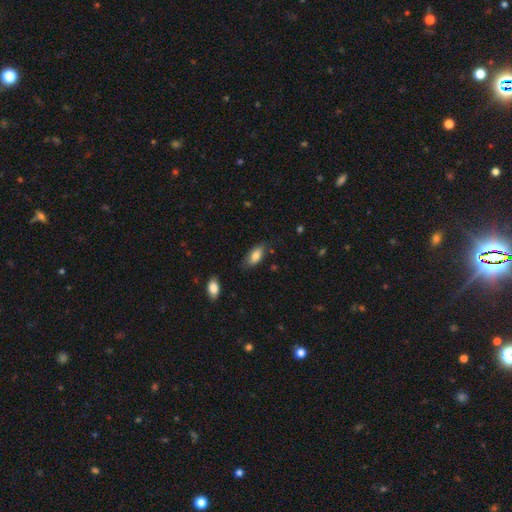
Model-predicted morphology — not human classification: Smooth or featured: smooth — 82% (featured or disk — 11%)
How rounded: in between — 90% (cigar-shaped — 7%)
Merging: none — 72% (minor disturbance — 21%)